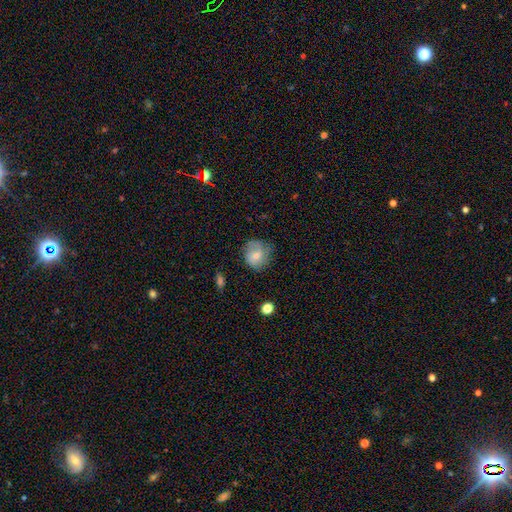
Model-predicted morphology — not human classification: A featured or disk galaxy (47%).

Vote fractions:
- Smooth or featured? featured or disk: 47% / smooth: 43% / star or artifact: 10%
- Merging? none: 68% / minor disturbance: 23% / major disturbance: 7% / merger: 1%